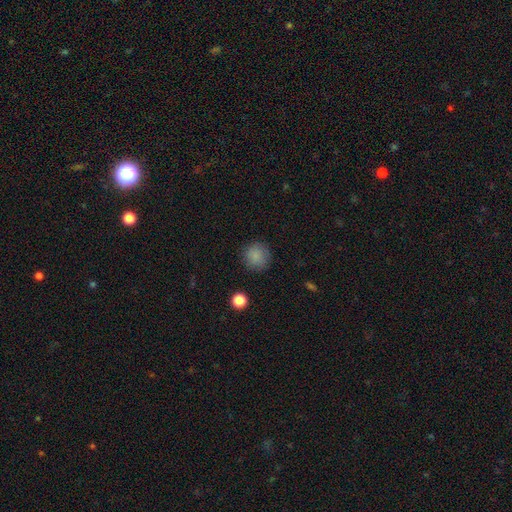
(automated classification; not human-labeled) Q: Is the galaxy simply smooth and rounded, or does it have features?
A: smooth — 85%.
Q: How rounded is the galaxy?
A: round — 93%.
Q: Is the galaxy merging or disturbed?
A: none — 86%.